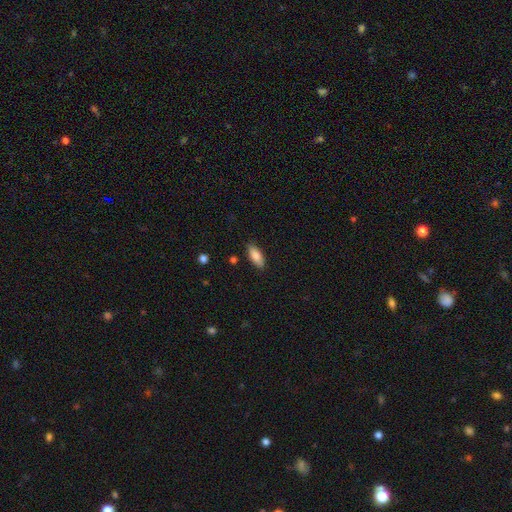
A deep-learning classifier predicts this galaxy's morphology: smooth_or_featured: smooth (p=0.82) [alt: featured or disk p=0.11]
how_rounded: in between (p=0.78) [alt: cigar-shaped p=0.19]
merging: none (p=0.87) [alt: minor disturbance p=0.10]